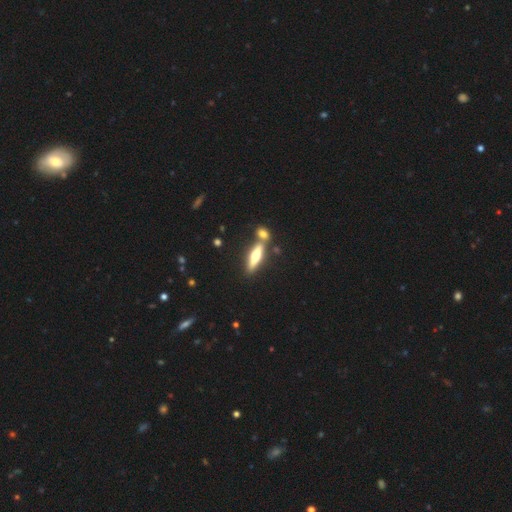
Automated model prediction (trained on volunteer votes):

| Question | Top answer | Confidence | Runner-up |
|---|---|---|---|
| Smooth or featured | featured or disk | 48% | smooth (45%) |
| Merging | none | 60% | merger (27%) |